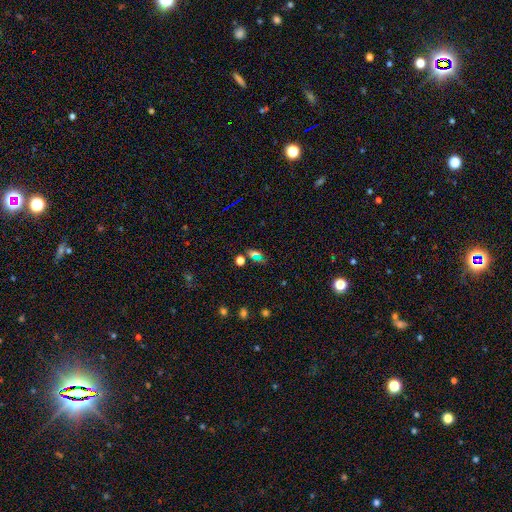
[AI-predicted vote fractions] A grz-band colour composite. It shows a smooth galaxy with no disk features (54%) that is in between round and cigar-shaped (70%). Merging: none (57%).